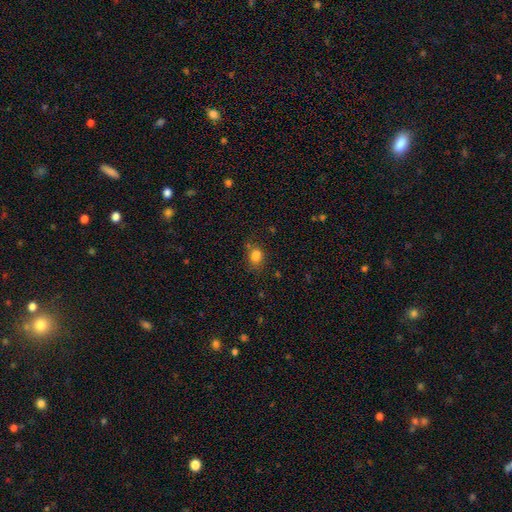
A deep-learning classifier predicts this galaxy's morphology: Q: Smooth or featured?
A: smooth (82%); runner-up: star or artifact (12%)
Q: How rounded?
A: in between (57%); runner-up: round (42%)
Q: Merging?
A: none (66%); runner-up: minor disturbance (20%)